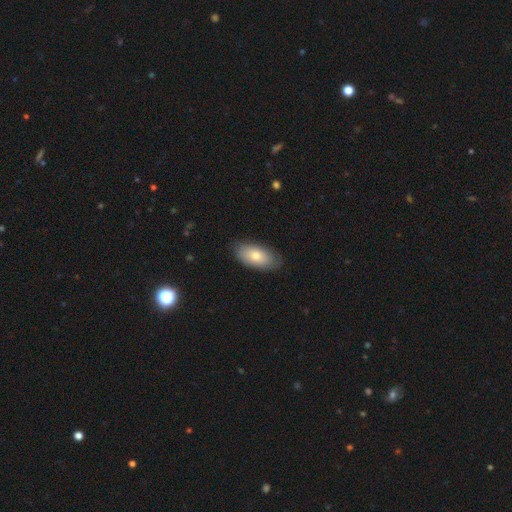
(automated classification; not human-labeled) Smooth or featured?
  - smooth: 75% *
  - featured or disk: 19%
  - star or artifact: 6%
How rounded?
  - in between: 93% *
  - cigar-shaped: 4%
  - round: 3%
Merging?
  - none: 83% *
  - minor disturbance: 14%
  - major disturbance: 3%
  - merger: 1%